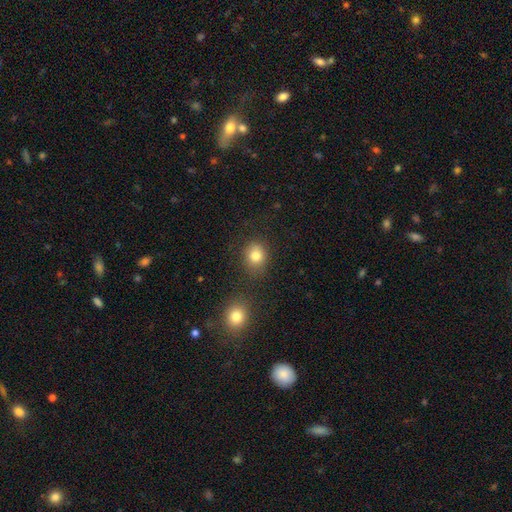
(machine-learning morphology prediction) This appears to be a smooth galaxy with no disk features (81%) that is round (65%). Merging: none (76%).